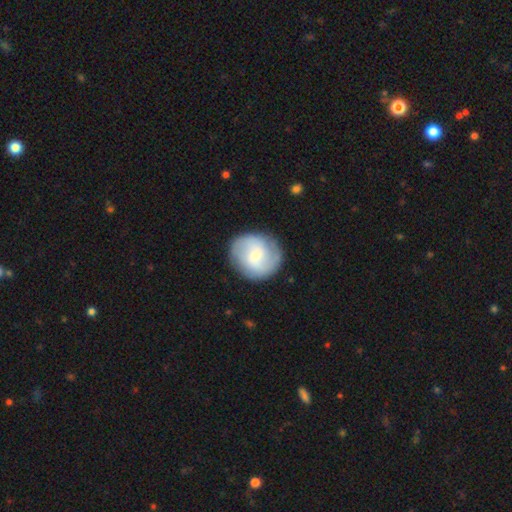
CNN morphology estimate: type=featured or disk (53%); edge-on=no (97%); bar=weak (48%); spiral arms=yes (85%); bulge=small (61%); merging=none (84%).